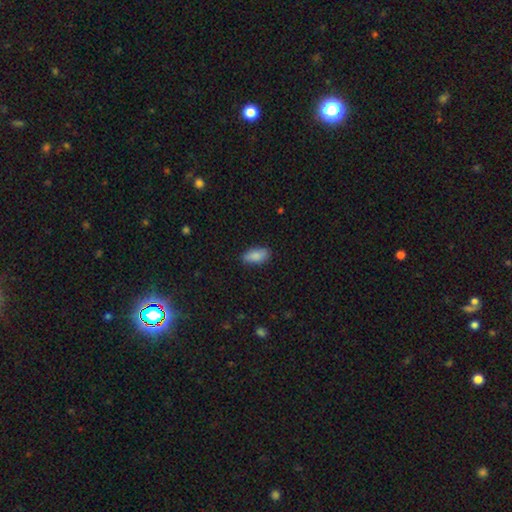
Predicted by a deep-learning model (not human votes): smooth 87%, star or artifact 7%, featured or disk 6%. Down the decision tree: how rounded — in between (89%); merging — none (82%).